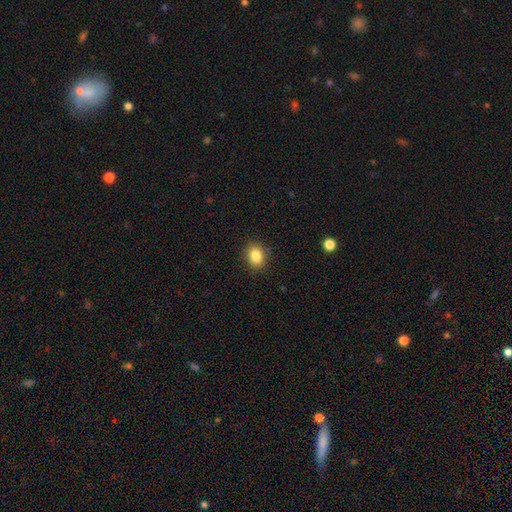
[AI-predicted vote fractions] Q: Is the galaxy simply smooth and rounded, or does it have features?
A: smooth — 85%.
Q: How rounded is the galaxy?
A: in between — 50%.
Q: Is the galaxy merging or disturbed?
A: none — 89%.